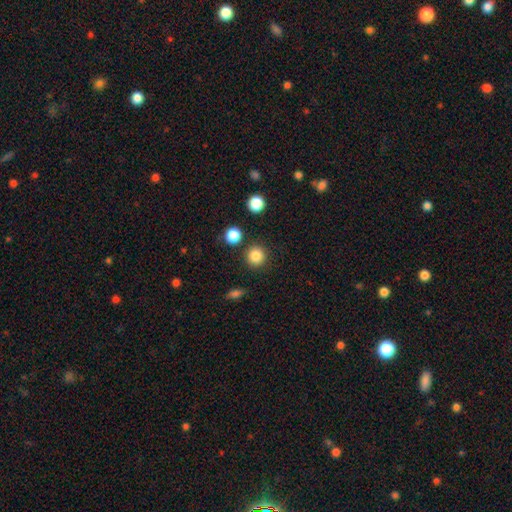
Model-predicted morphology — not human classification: The model was most divided on "smooth or featured": smooth: 85%, star or artifact: 11%, featured or disk: 4%. More confident: how rounded — round (93%); merging — none (89%).